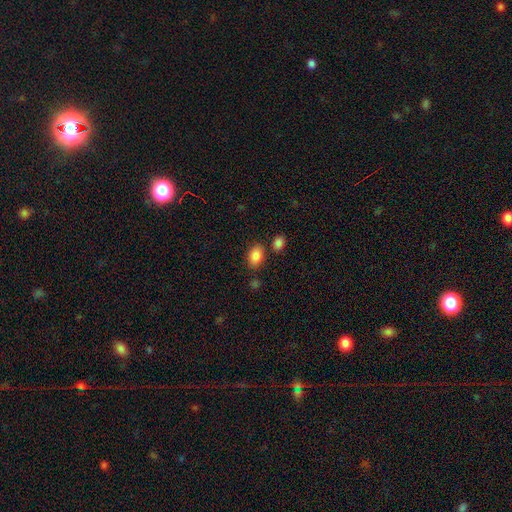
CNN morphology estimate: smooth_or_featured: smooth (p=0.87) [alt: star or artifact p=0.08]
how_rounded: in between (p=0.83) [alt: round p=0.16]
merging: none (p=0.78) [alt: minor disturbance p=0.12]